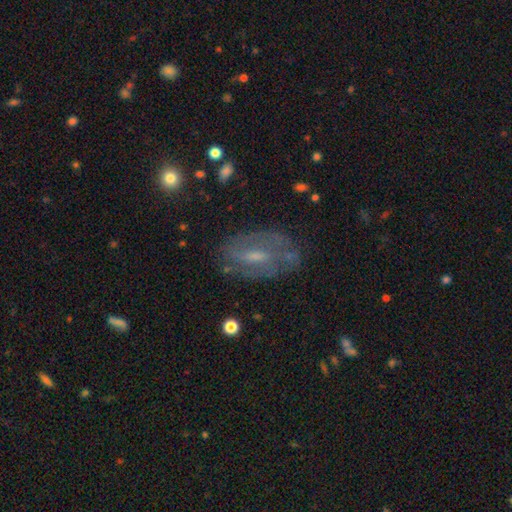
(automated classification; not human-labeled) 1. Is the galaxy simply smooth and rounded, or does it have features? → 66% featured or disk, 25% smooth, 9% star or artifact.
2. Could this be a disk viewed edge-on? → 92% no, 8% yes.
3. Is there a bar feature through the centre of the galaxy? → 53% weak, 28% no, 19% strong.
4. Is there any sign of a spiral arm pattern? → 71% yes, 29% no.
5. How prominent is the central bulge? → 42% small, 41% moderate, 12% none, 4% large, 1% dominant.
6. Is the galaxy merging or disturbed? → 68% none, 20% minor disturbance, 10% major disturbance, 3% merger.